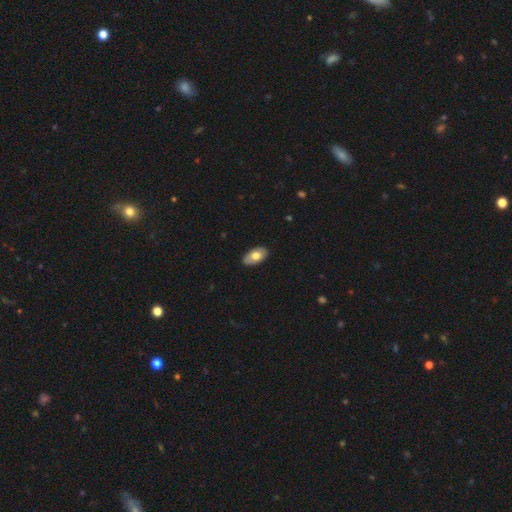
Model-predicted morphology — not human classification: smooth-or-featured: smooth: 69% | featured or disk: 25% | star or artifact: 6%
  how-rounded: in between: 94% | round: 4% | cigar-shaped: 2%
  merging: none: 85% | minor disturbance: 12% | major disturbance: 2% | merger: 1%